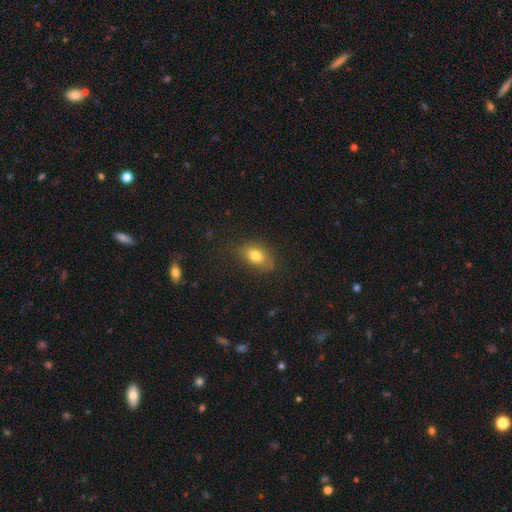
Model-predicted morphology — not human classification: Overall: smooth (78%). How rounded: in between (83%). Merging: none (72%).